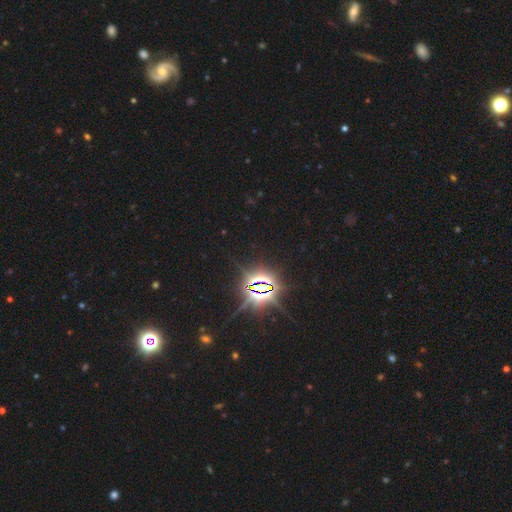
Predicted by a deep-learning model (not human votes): Smooth or featured?
  - star or artifact: 84% *
  - smooth: 9%
  - featured or disk: 7%